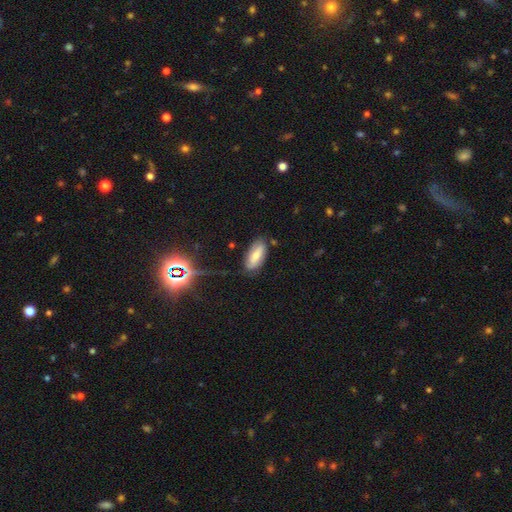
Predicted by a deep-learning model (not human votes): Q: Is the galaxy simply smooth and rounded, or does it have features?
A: smooth — 69%.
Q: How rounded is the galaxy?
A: in between — 86%.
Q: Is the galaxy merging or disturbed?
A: none — 76%.